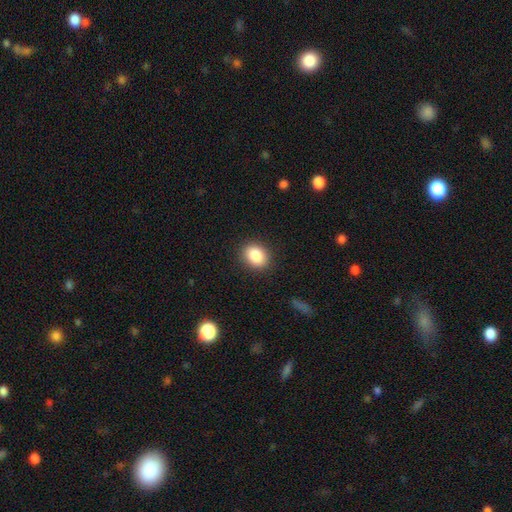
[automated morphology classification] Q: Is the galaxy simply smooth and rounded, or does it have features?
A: smooth — 86%.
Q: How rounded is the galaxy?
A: in between — 52%.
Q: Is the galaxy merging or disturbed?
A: none — 89%.